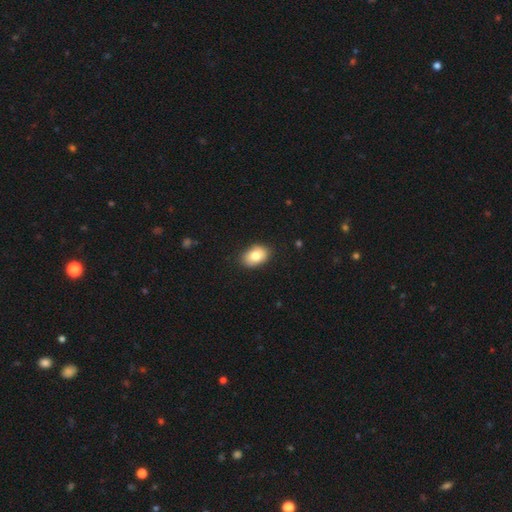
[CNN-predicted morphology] This appears to be a smooth galaxy with no disk features (81%) that is in between round and cigar-shaped (82%). Merging: none (87%).